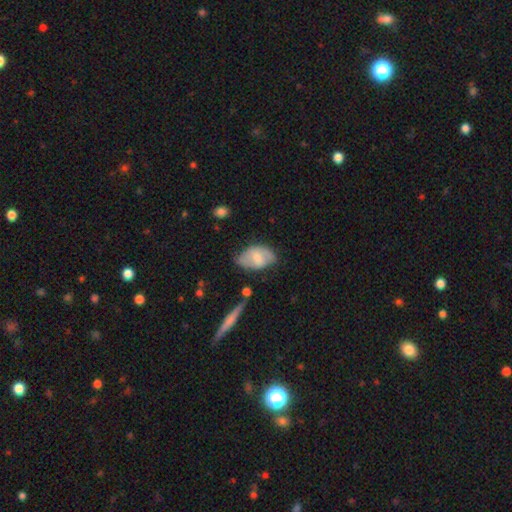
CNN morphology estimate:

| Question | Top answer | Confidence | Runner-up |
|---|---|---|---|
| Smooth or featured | smooth | 48% | featured or disk (45%) |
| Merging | none | 63% | minor disturbance (27%) |